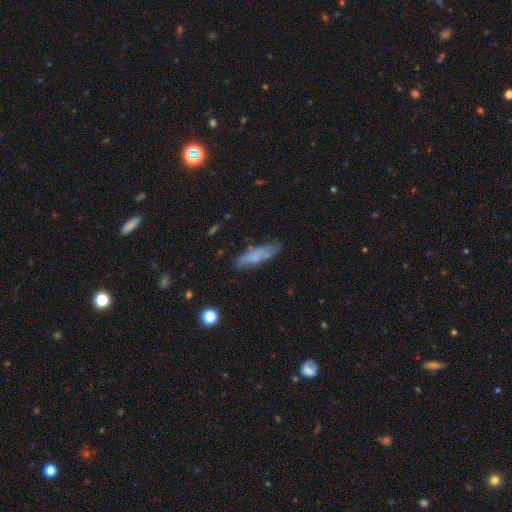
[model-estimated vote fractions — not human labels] A smooth galaxy with no disk features (63%) that is cigar-shaped (65%). Merging: none (69%).